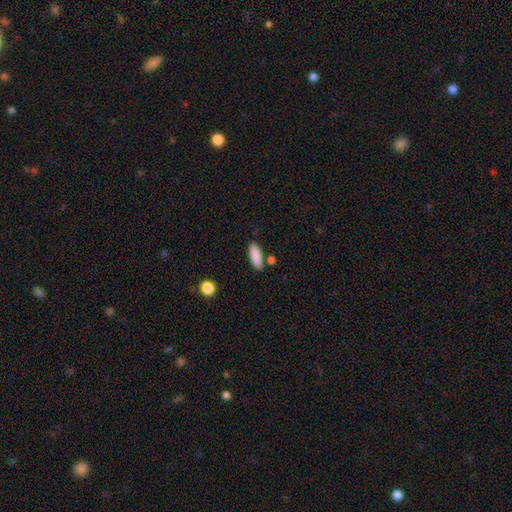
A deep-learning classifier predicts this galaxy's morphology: Smooth or featured? Predicted: smooth (p=0.89). How rounded? Predicted: in between (p=0.65). Merging? Predicted: none (p=0.80).